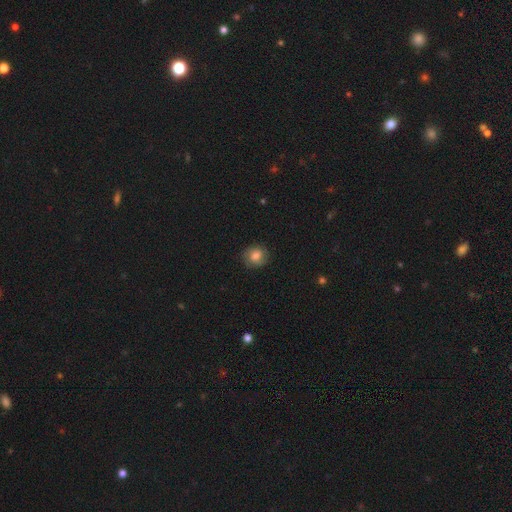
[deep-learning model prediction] smooth 62%, featured or disk 28%, star or artifact 10%. Down the decision tree: how rounded — round (71%); merging — none (79%).